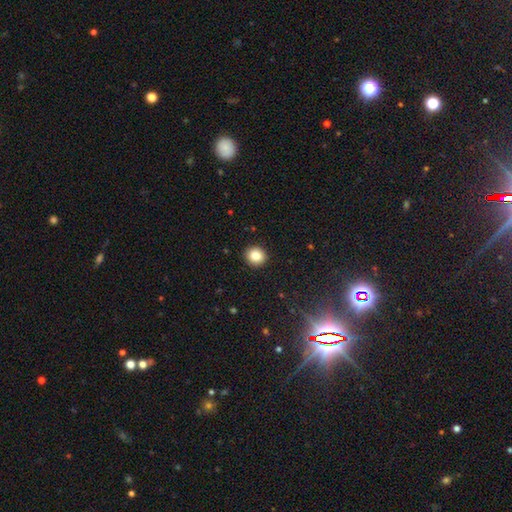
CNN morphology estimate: Overall: smooth (83%). How rounded: round (88%). Merging: none (93%).